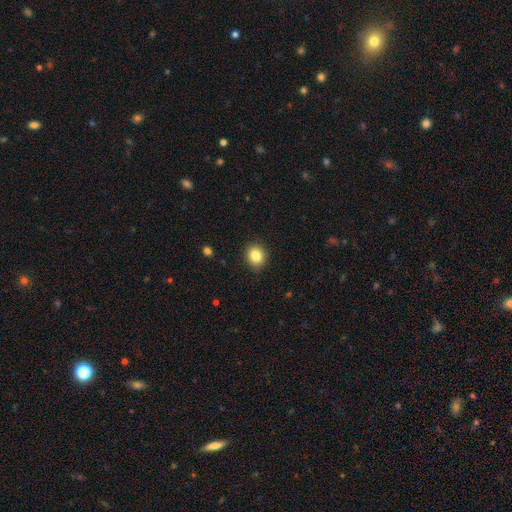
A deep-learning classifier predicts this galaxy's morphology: type=smooth (84%); roundness=round (68%); merging=none (89%).